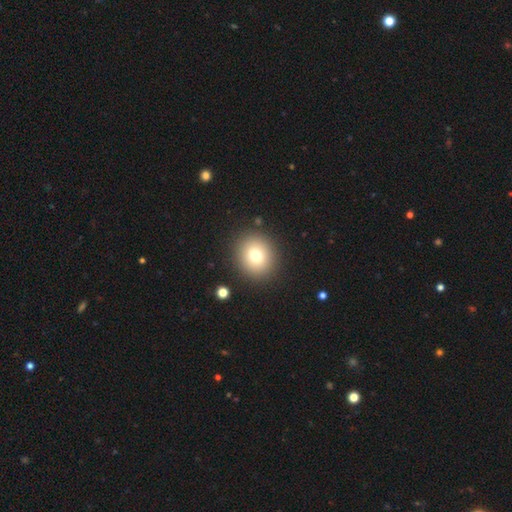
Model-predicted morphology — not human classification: Smooth or featured: smooth — 75% (featured or disk — 13%)
How rounded: round — 79% (in between — 20%)
Merging: none — 89% (minor disturbance — 7%)